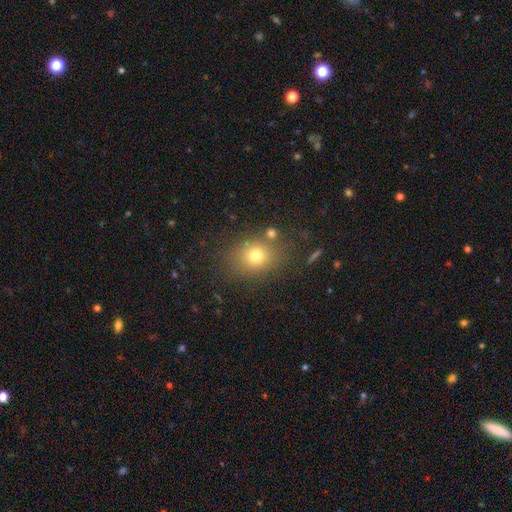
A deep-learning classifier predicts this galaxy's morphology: A smooth galaxy with no disk features (74%) that is round (61%).

Vote fractions:
- Smooth or featured? smooth: 74% / star or artifact: 15% / featured or disk: 11%
- How rounded? round: 61% / in between: 38% / cigar-shaped: 1%
- Merging? none: 76% / minor disturbance: 12% / merger: 7% / major disturbance: 5%